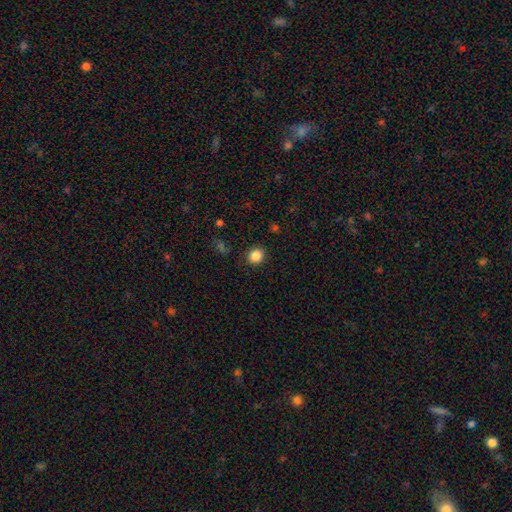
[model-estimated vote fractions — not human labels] Smooth or featured: smooth — 86% (star or artifact — 11%)
How rounded: round — 79% (in between — 20%)
Merging: none — 88% (minor disturbance — 8%)